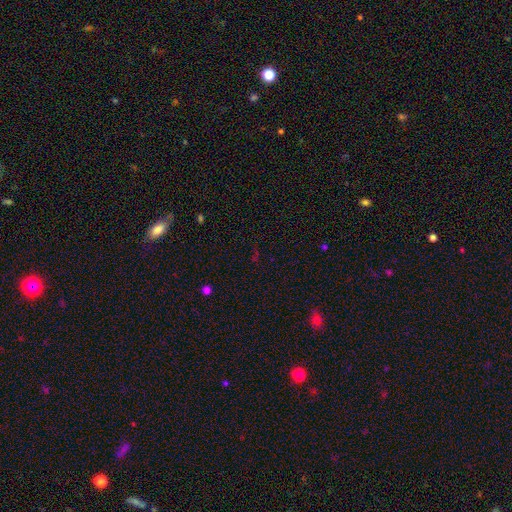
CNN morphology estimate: Smooth or featured? Predicted: star or artifact (p=0.67).